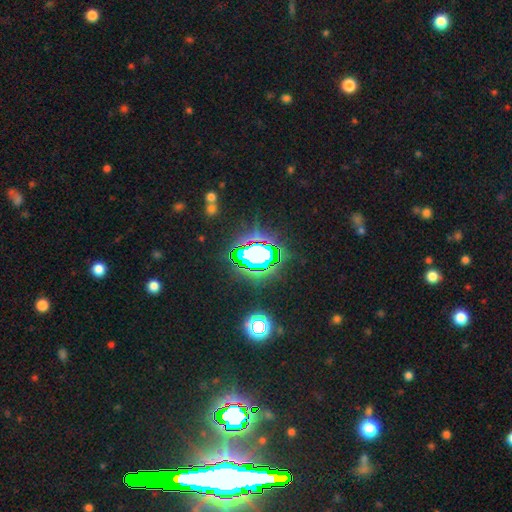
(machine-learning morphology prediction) smooth_or_featured: star or artifact (p=0.73) [alt: smooth p=0.16]